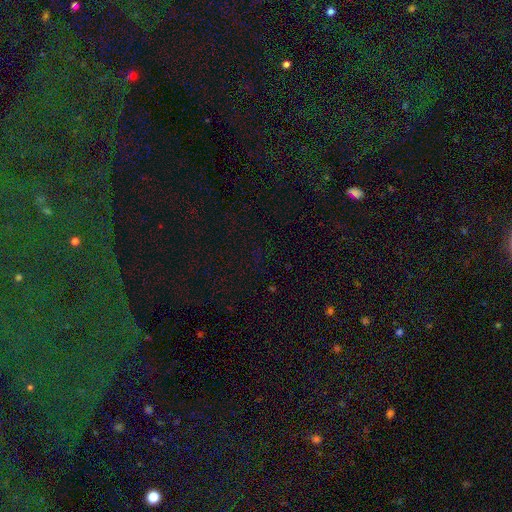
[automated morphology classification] star or artifact 69%, smooth 23%, featured or disk 7%.